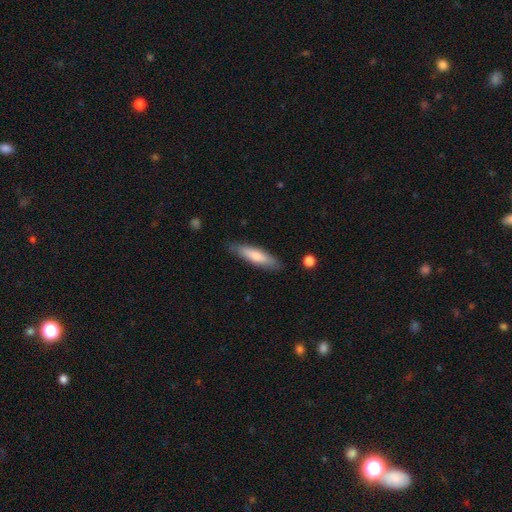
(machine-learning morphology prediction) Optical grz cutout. It shows a smooth galaxy with no disk features (69%) that is cigar-shaped (71%). Merging: none (84%).